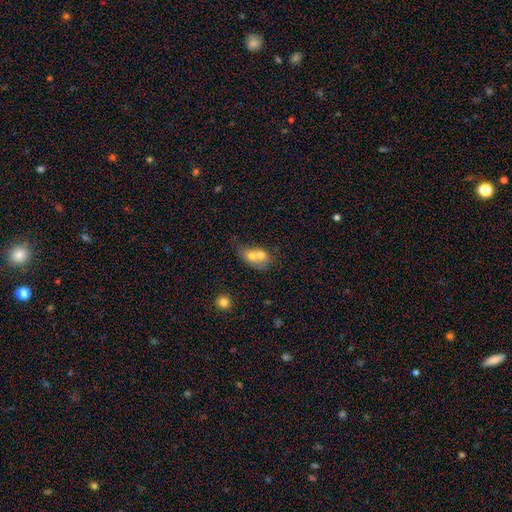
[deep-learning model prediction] smooth_or_featured: smooth (p=0.64) [alt: featured or disk p=0.27]
how_rounded: in between (p=0.63) [alt: round p=0.35]
merging: merger (p=0.72) [alt: none p=0.17]